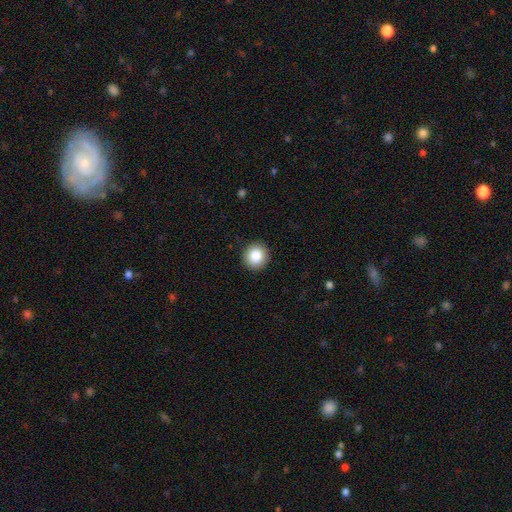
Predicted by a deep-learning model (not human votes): Smooth or featured: smooth — 86% (star or artifact — 9%)
How rounded: round — 92% (in between — 7%)
Merging: none — 92% (minor disturbance — 6%)